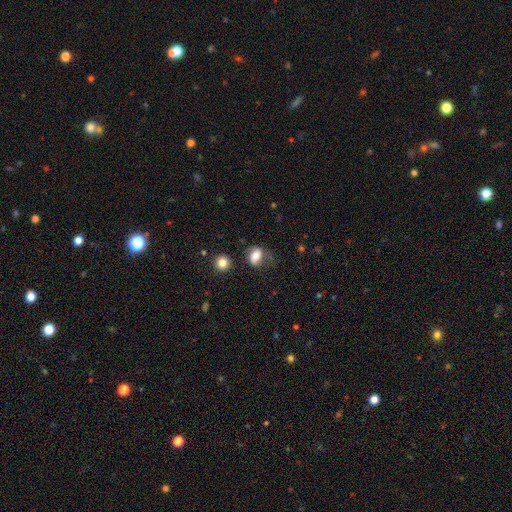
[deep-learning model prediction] The model was most divided on "merging": none: 45%, minor disturbance: 29%, major disturbance: 22%, merger: 4%. More confident: smooth or featured — smooth (71%); how rounded — in between (68%).